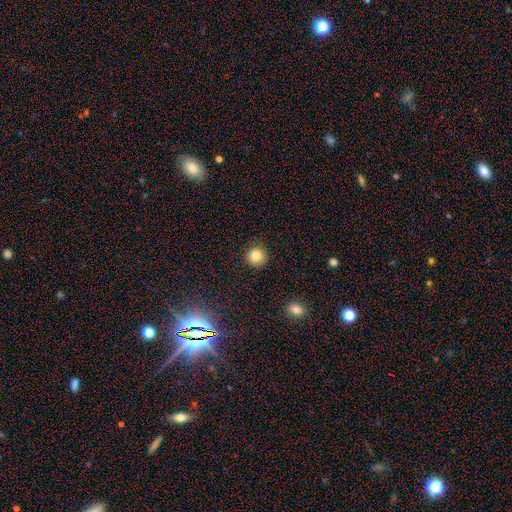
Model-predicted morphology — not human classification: smooth 85%, star or artifact 11%, featured or disk 5%. Down the decision tree: how rounded — round (93%); merging — none (89%).